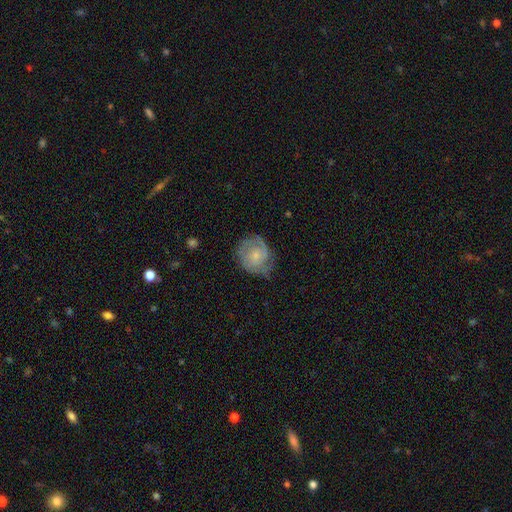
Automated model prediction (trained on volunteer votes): Smooth or featured?
  - featured or disk: 59% *
  - smooth: 34%
  - star or artifact: 7%
Edge-on disk?
  - no: 98% *
  - yes: 2%
Bar?
  - no: 71% *
  - weak: 25%
  - strong: 3%
Spiral arms?
  - yes: 85% *
  - no: 15%
Bulge size?
  - small: 52% *
  - moderate: 34%
  - none: 9%
  - large: 3%
  - dominant: 1%
Merging?
  - none: 58% *
  - minor disturbance: 28%
  - major disturbance: 12%
  - merger: 1%